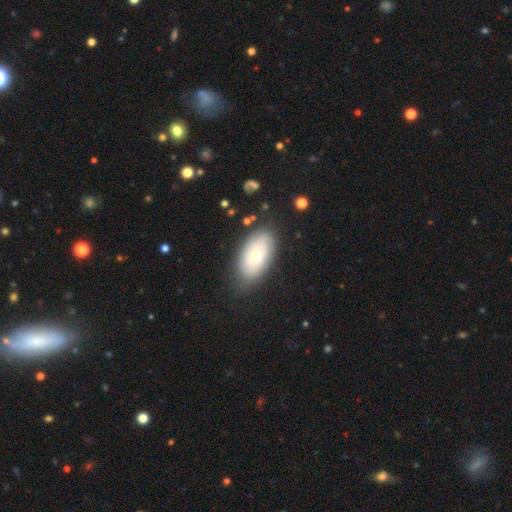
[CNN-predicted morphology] The model was most divided on "smooth or featured": smooth: 47%, featured or disk: 46%, star or artifact: 7%. More confident: merging — none (75%).